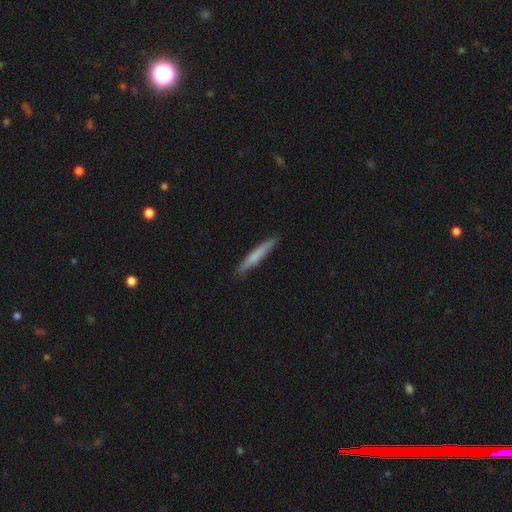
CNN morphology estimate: A smooth galaxy with no disk features (69%) that is cigar-shaped (95%).

Vote fractions:
- Smooth or featured? smooth: 69% / featured or disk: 25% / star or artifact: 6%
- How rounded? cigar-shaped: 95% / in between: 4% / round: 1%
- Merging? none: 90% / minor disturbance: 8% / major disturbance: 1% / merger: 1%